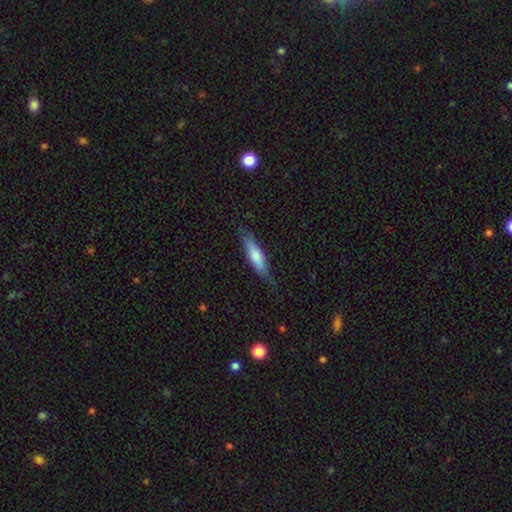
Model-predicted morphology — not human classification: Smooth or featured: smooth — 62% (featured or disk — 32%)
How rounded: cigar-shaped — 74% (in between — 24%)
Merging: none — 77% (minor disturbance — 18%)